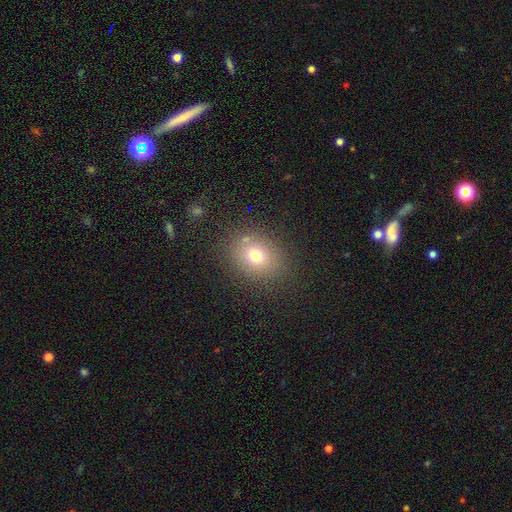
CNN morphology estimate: type=smooth (72%); roundness=round (50%); merging=none (80%).